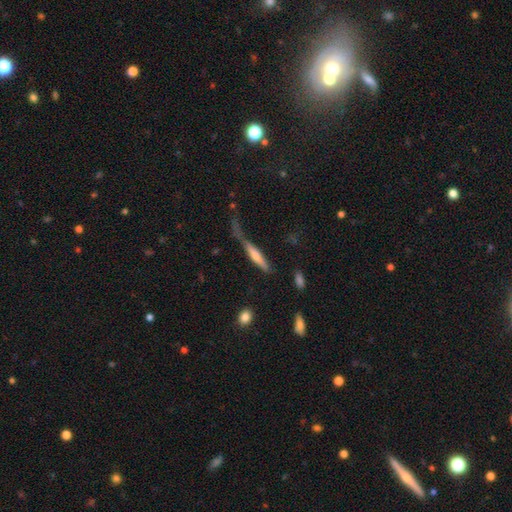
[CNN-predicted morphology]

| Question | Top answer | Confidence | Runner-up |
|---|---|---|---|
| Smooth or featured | smooth | 52% | featured or disk (42%) |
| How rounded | cigar-shaped | 87% | in between (11%) |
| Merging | none | 38% | major disturbance (28%) |